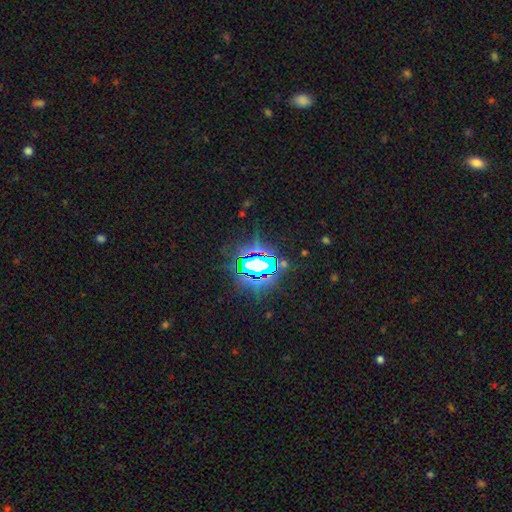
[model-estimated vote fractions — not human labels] Overall: star or artifact (81%).